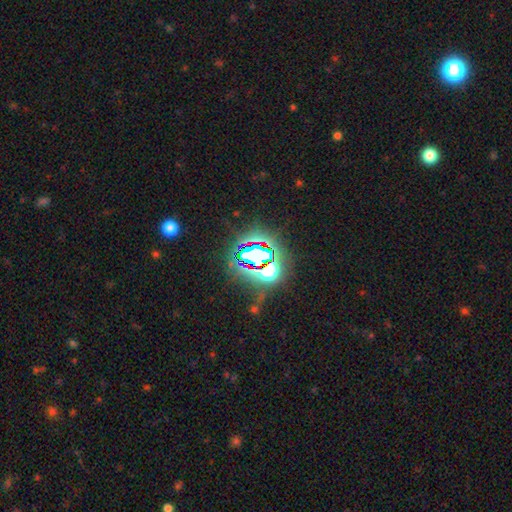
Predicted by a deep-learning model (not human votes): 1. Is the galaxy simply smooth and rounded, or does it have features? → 79% star or artifact, 12% smooth, 10% featured or disk.